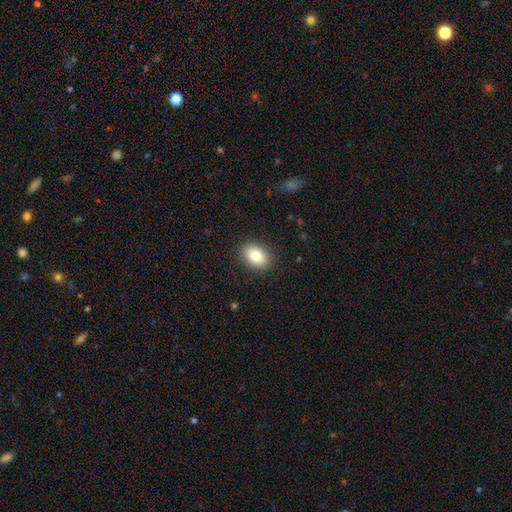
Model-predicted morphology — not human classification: Smooth or featured?
  - smooth: 81% *
  - featured or disk: 10%
  - star or artifact: 9%
How rounded?
  - in between: 76% *
  - round: 23%
  - cigar-shaped: 1%
Merging?
  - none: 89% *
  - minor disturbance: 8%
  - major disturbance: 2%
  - merger: 1%